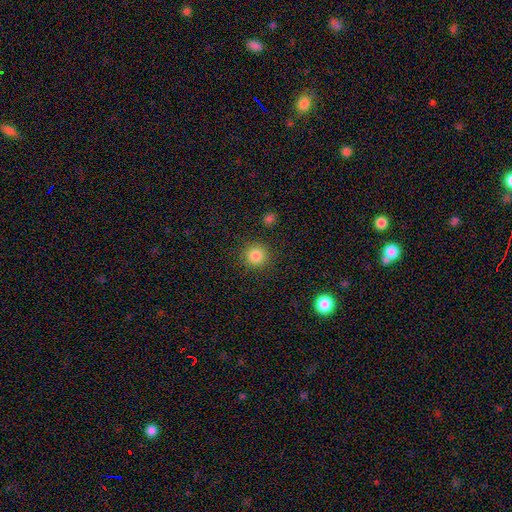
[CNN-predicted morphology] This is clearly a smooth galaxy (84%). How rounded: clearly round (94%). Merging: clearly none (90%).